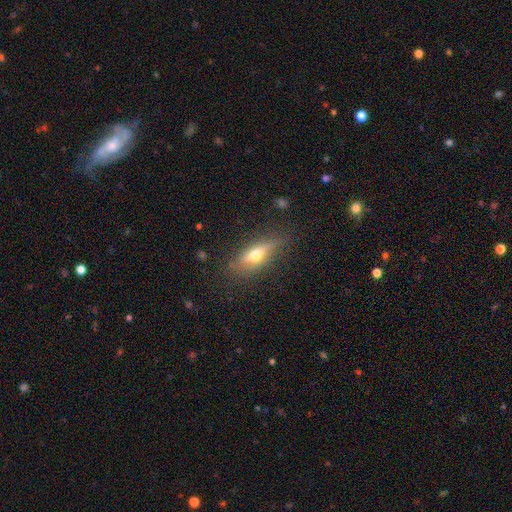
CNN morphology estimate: A featured or disk galaxy (48%). Merging: none (78%).